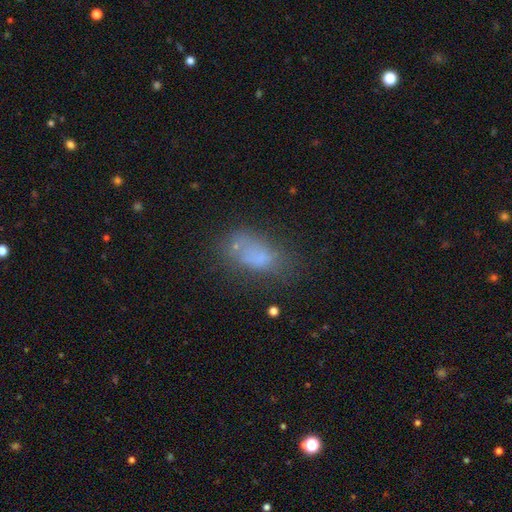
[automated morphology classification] smooth-or-featured: smooth: 62% | featured or disk: 23% | star or artifact: 15%
  how-rounded: in between: 86% | round: 8% | cigar-shaped: 6%
  merging: none: 42% | minor disturbance: 23% | major disturbance: 20% | merger: 15%